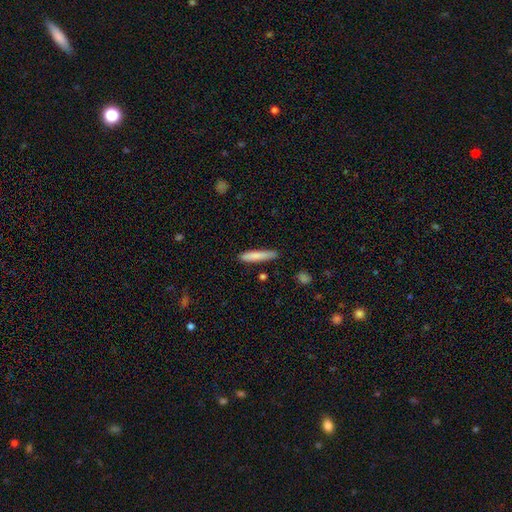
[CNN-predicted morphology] This is likely a smooth galaxy (80%). How rounded: clearly cigar-shaped (89%). Merging: likely none (79%).